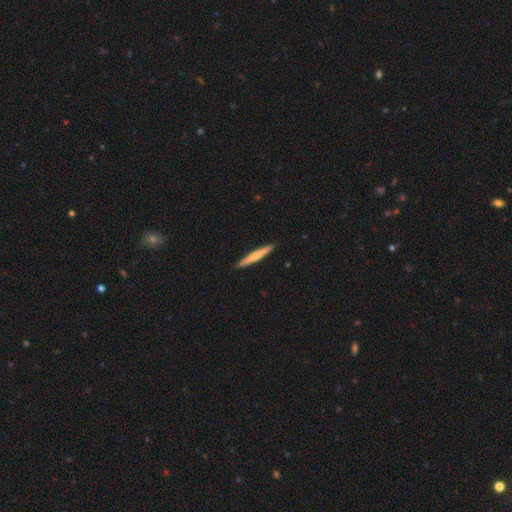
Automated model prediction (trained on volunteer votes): Overall: smooth (61%; featured or disk 34%). How rounded: cigar-shaped (96%). Merging: none (91%).